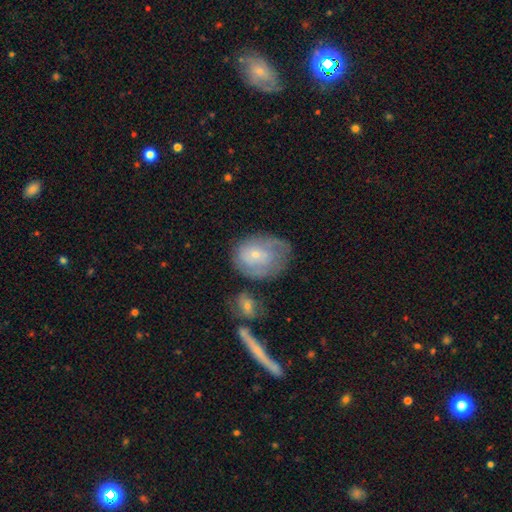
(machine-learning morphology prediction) smooth-or-featured: smooth: 50% | featured or disk: 42% | star or artifact: 8%
  how-rounded: in between: 62% | round: 37% | cigar-shaped: 1%
  merging: none: 43% | minor disturbance: 28% | major disturbance: 19% | merger: 10%